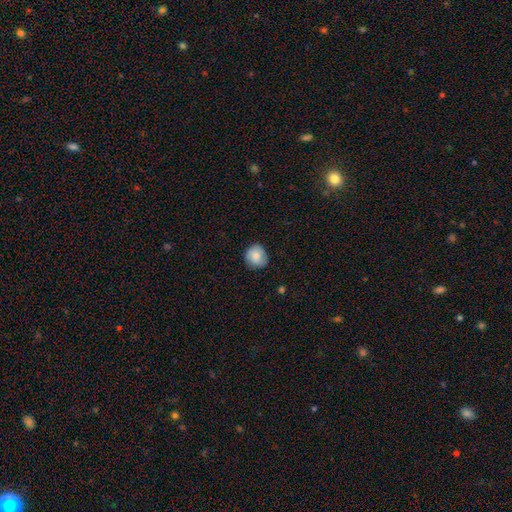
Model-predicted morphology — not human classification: Smooth or featured?
  - smooth: 82% *
  - featured or disk: 10%
  - star or artifact: 7%
How rounded?
  - round: 83% *
  - in between: 16%
  - cigar-shaped: 1%
Merging?
  - none: 78% *
  - minor disturbance: 18%
  - major disturbance: 3%
  - merger: 1%